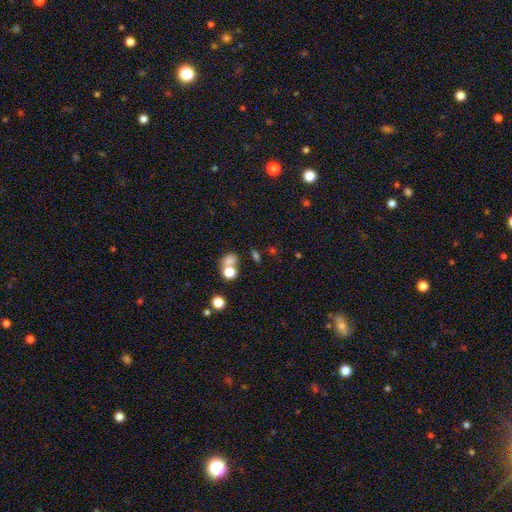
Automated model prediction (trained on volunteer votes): Smooth or featured: smooth — 46% (star or artifact — 41%)
Merging: none — 55% (merger — 28%)